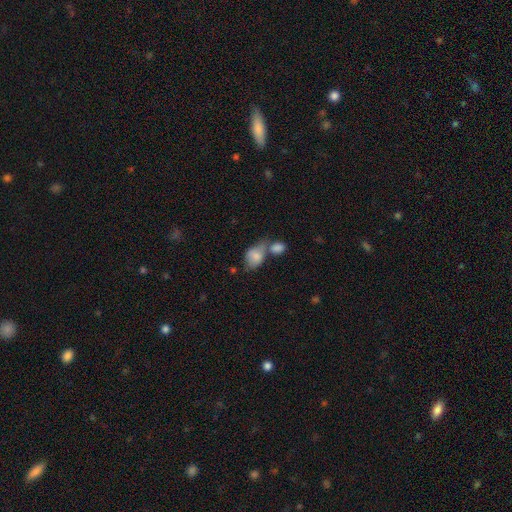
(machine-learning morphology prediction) Smooth or featured?
  - smooth: 74% *
  - featured or disk: 18%
  - star or artifact: 7%
How rounded?
  - in between: 78% *
  - round: 20%
  - cigar-shaped: 2%
Merging?
  - merger: 54% *
  - none: 24%
  - minor disturbance: 15%
  - major disturbance: 8%